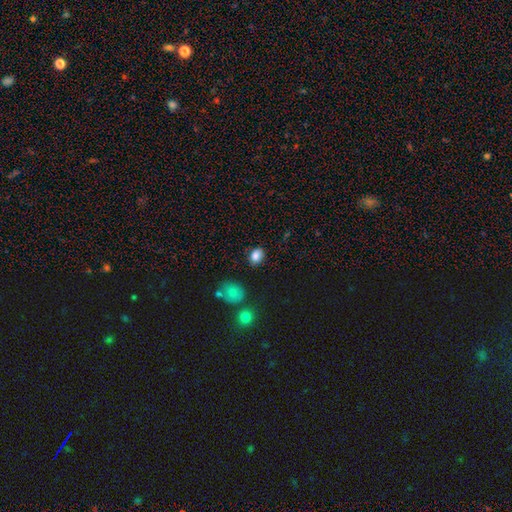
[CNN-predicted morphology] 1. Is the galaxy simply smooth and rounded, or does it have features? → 84% smooth, 10% star or artifact, 6% featured or disk.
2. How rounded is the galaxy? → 64% in between, 35% round, 1% cigar-shaped.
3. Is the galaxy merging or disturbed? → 83% none, 12% minor disturbance, 3% major disturbance, 3% merger.